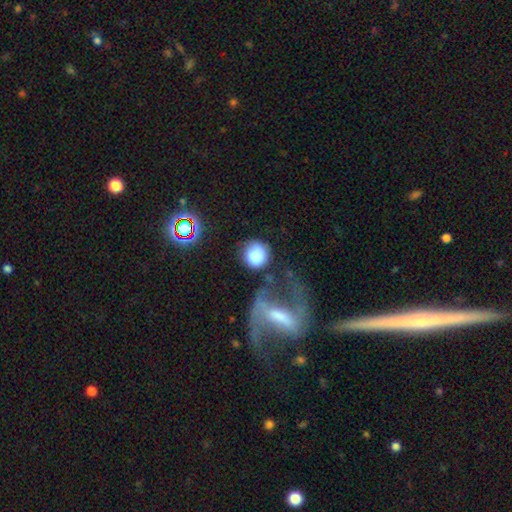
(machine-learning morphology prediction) Smooth or featured: smooth — 83% (star or artifact — 9%)
How rounded: round — 90% (in between — 8%)
Merging: none — 63% (minor disturbance — 17%)